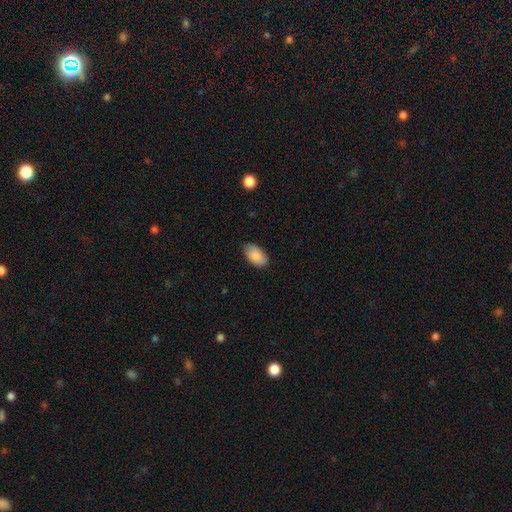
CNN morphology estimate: Overall: smooth (87%). How rounded: in between (94%). Merging: none (83%).